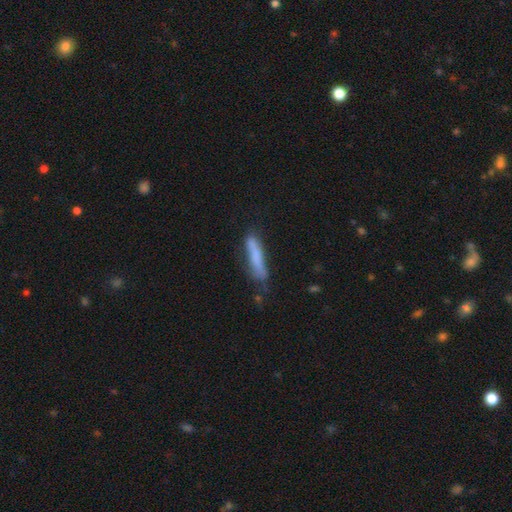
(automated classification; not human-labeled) This appears to be a smooth galaxy with no disk features (71%) that is cigar-shaped (88%). Merging: none (63%).